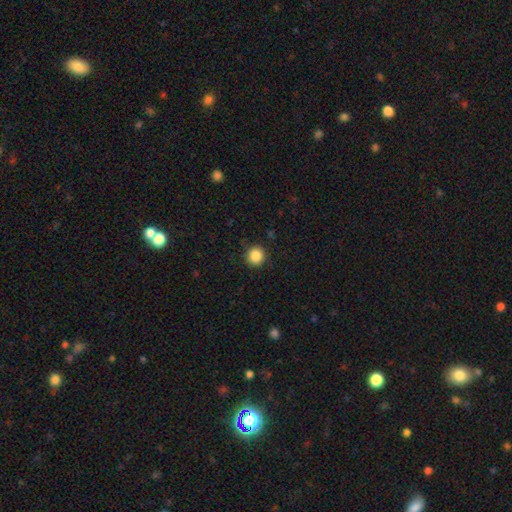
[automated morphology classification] Smooth or featured? smooth (87%)
How rounded? round (94%)
Merging? none (91%)